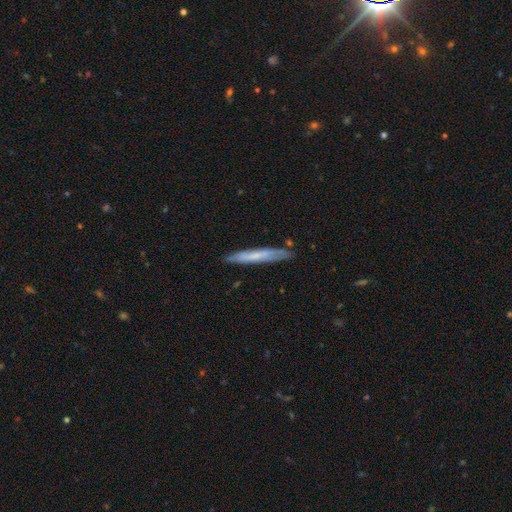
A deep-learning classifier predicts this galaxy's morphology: Smooth or featured? smooth (55%)
How rounded? cigar-shaped (95%)
Merging? none (83%)